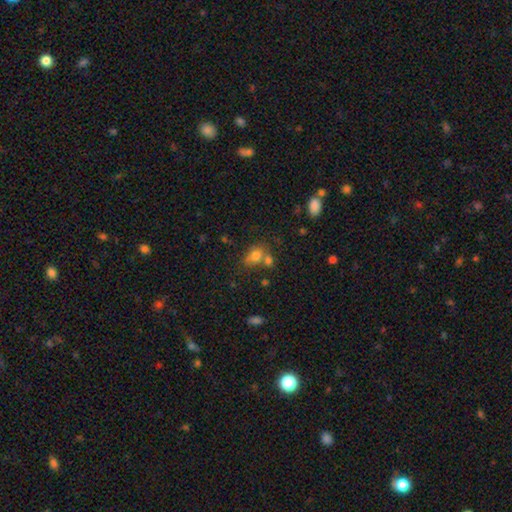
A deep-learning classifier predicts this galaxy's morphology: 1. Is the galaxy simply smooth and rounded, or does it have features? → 74% smooth, 13% featured or disk, 13% star or artifact.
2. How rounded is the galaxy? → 50% round, 49% in between, 1% cigar-shaped.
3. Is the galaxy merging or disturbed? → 41% none, 39% merger, 14% minor disturbance, 6% major disturbance.